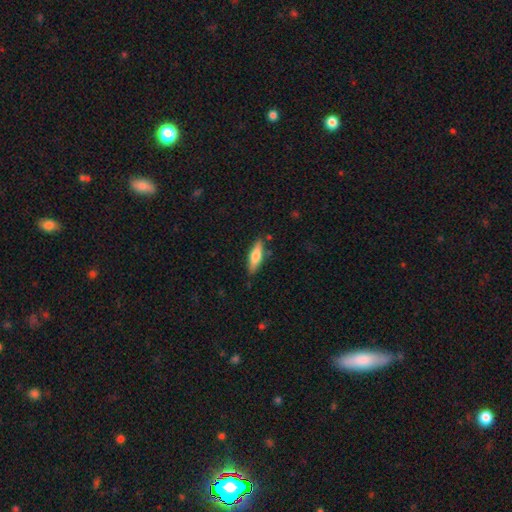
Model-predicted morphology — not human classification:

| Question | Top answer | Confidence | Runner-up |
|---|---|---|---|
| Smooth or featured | smooth | 65% | featured or disk (30%) |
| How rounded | cigar-shaped | 57% | in between (41%) |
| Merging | none | 82% | minor disturbance (13%) |